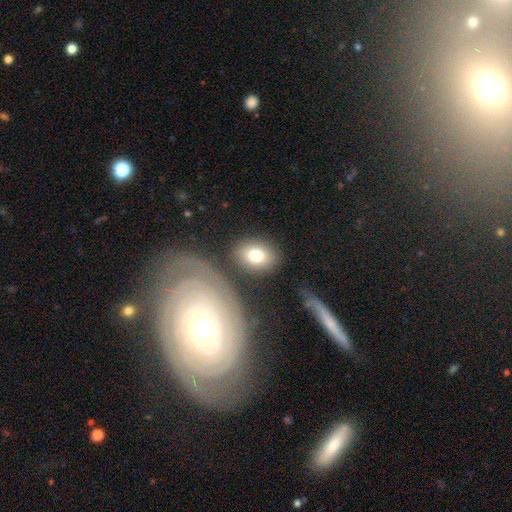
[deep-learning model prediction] A smooth galaxy with no disk features (77%) that is in between round and cigar-shaped (64%).

Vote fractions:
- Smooth or featured? smooth: 77% / featured or disk: 14% / star or artifact: 9%
- How rounded? in between: 64% / round: 35% / cigar-shaped: 2%
- Merging? none: 78% / minor disturbance: 11% / merger: 7% / major disturbance: 4%